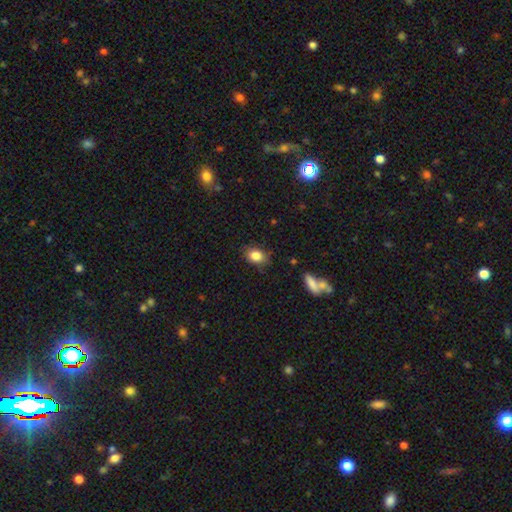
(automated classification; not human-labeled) Smooth or featured: smooth — 84% (star or artifact — 9%)
How rounded: in between — 72% (round — 27%)
Merging: none — 79% (minor disturbance — 16%)